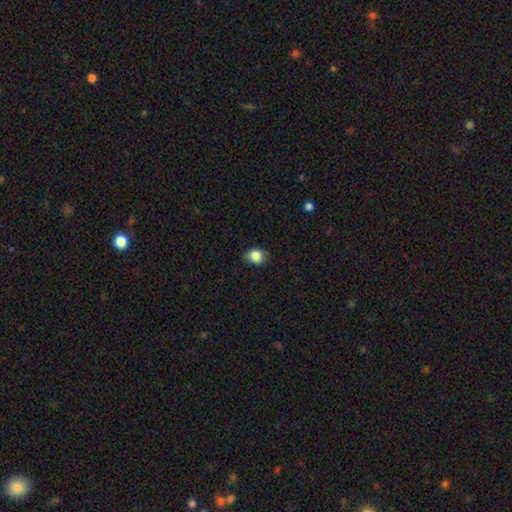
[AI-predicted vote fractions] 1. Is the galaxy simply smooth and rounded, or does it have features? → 84% smooth, 9% star or artifact, 7% featured or disk.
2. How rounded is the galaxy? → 55% round, 44% in between, 1% cigar-shaped.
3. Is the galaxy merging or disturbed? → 74% none, 21% minor disturbance, 4% major disturbance, 1% merger.